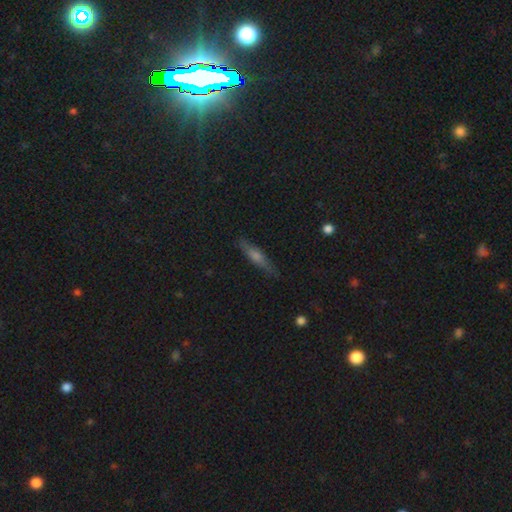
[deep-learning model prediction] A featured or disk galaxy (53%) viewed edge-on (92%). Merging: none (86%).